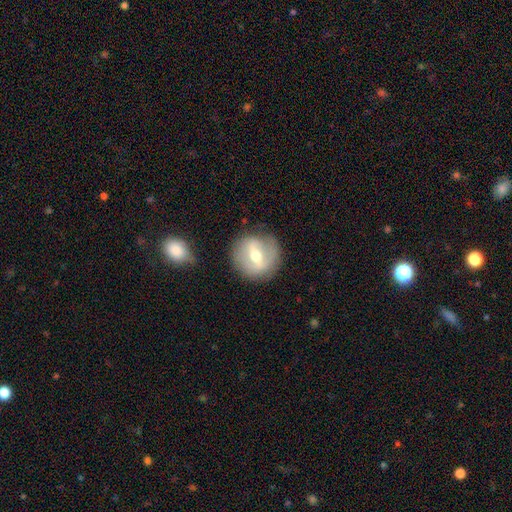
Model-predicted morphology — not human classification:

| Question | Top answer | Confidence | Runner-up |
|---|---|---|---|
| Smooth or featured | featured or disk | 64% | smooth (29%) |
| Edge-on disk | no | 88% | yes (12%) |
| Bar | strong | 55% | weak (33%) |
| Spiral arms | no | 65% | yes (35%) |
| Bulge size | moderate | 72% | small (19%) |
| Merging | none | 81% | minor disturbance (12%) |